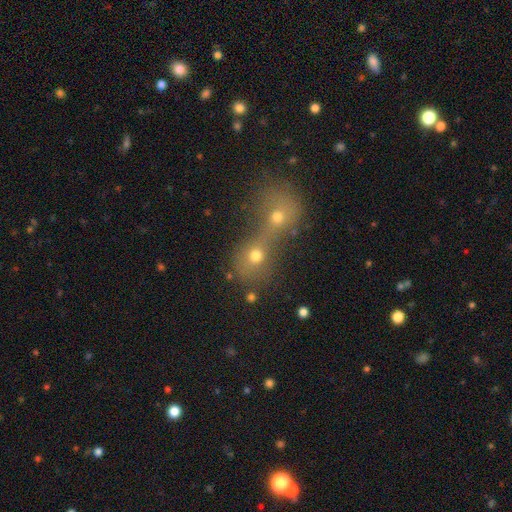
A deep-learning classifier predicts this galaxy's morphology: Smooth or featured? smooth (66%)
How rounded? round (71%)
Merging? merger (75%)